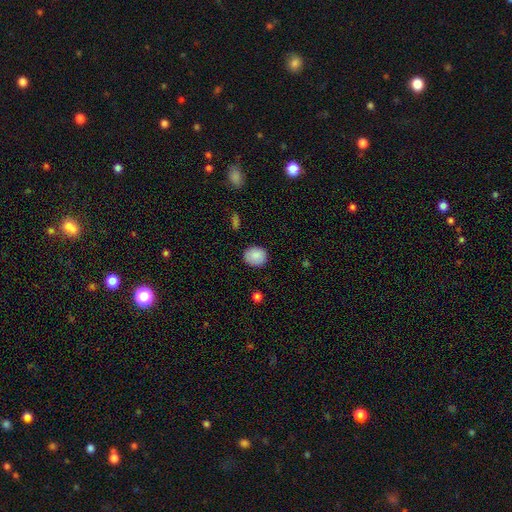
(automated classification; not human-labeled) Overall: smooth (88%). How rounded: round (72%). Merging: none (85%).